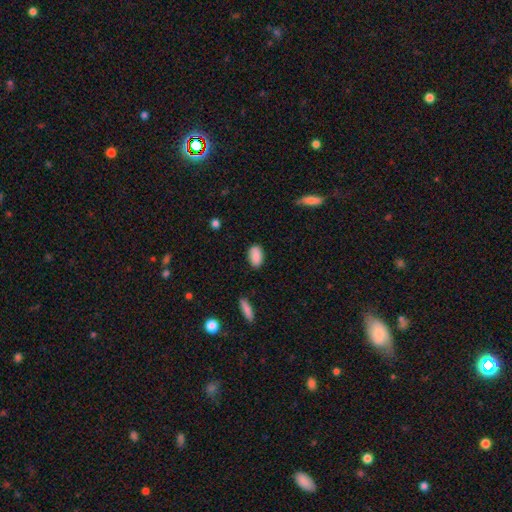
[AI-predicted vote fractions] Smooth or featured? smooth (88%)
How rounded? in between (93%)
Merging? none (84%)